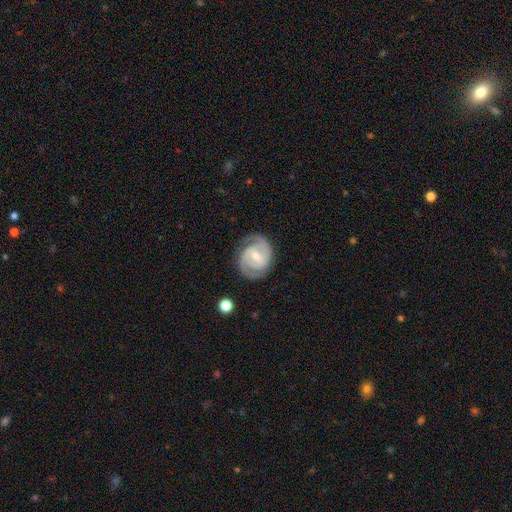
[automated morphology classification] Smooth or featured? featured or disk (86%)
Edge-on disk? no (98%)
Bar? weak (51%)
Spiral arms? yes (96%)
Spiral winding? tight (53%)
Spiral arm count? 2 (86%)
Bulge size? moderate (51%)
Merging? none (79%)